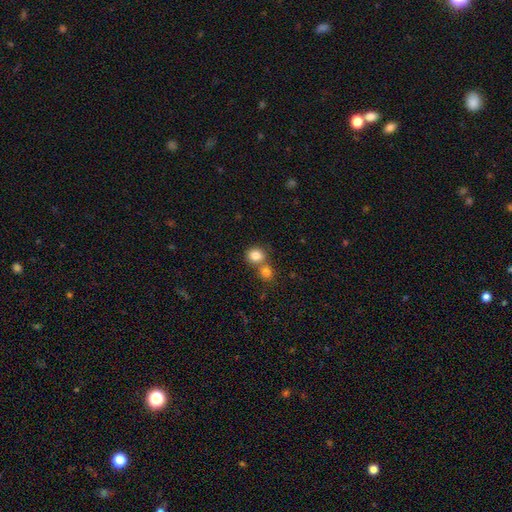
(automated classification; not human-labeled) A smooth galaxy with no disk features (83%) that is round (74%). Merging: none (49%).